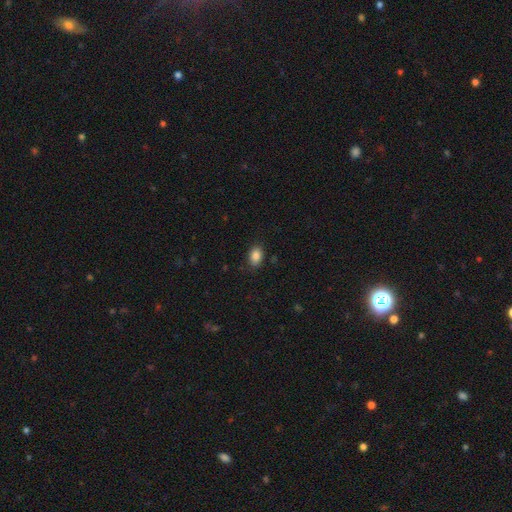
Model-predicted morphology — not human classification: Smooth or featured: smooth — 87% (star or artifact — 9%)
How rounded: in between — 82% (round — 17%)
Merging: none — 85% (minor disturbance — 11%)